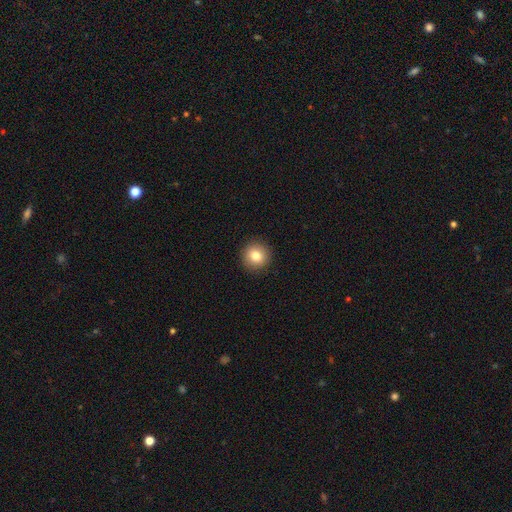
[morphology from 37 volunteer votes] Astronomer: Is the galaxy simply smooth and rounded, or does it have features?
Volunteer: smooth — 92%.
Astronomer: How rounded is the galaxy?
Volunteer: round — 97%.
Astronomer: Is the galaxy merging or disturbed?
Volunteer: none — 97%.